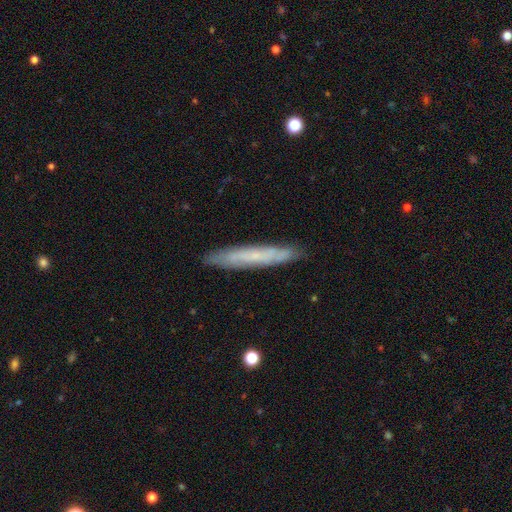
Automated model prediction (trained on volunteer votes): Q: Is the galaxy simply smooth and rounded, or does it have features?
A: featured or disk — 48%.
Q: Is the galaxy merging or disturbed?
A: none — 88%.